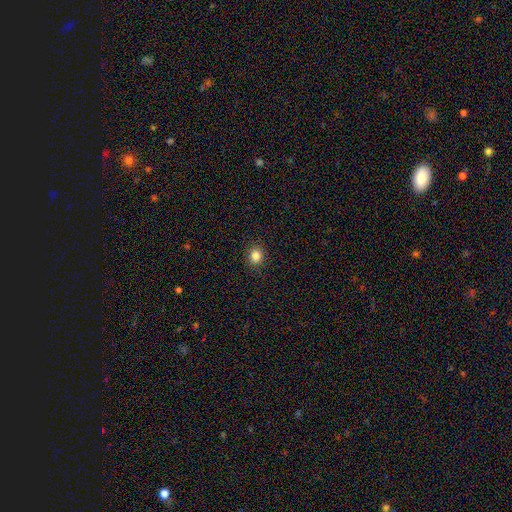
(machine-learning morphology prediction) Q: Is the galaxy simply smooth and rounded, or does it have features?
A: smooth — 84%.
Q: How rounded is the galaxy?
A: round — 78%.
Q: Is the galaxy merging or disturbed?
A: none — 90%.